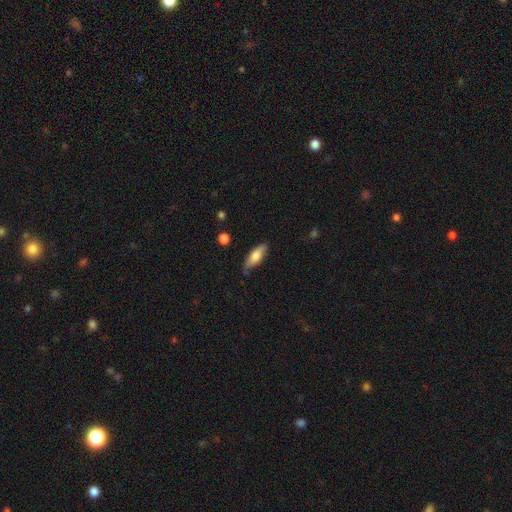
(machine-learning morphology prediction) Smooth or featured? Predicted: smooth (p=0.75). How rounded? Predicted: in between (p=0.67). Merging? Predicted: none (p=0.75).